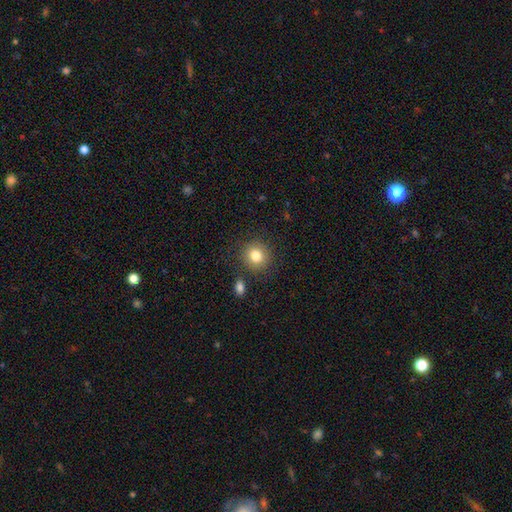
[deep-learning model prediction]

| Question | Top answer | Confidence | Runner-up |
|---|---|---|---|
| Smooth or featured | smooth | 82% | star or artifact (10%) |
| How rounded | round | 86% | in between (13%) |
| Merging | none | 84% | minor disturbance (9%) |